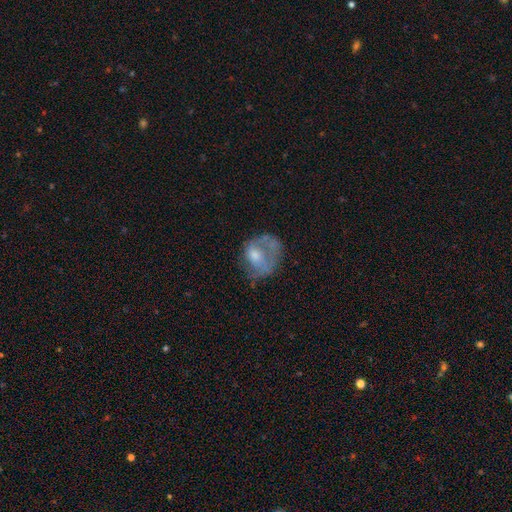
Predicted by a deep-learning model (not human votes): This appears to be a featured or disk galaxy (47%). Merging: major disturbance (36%).